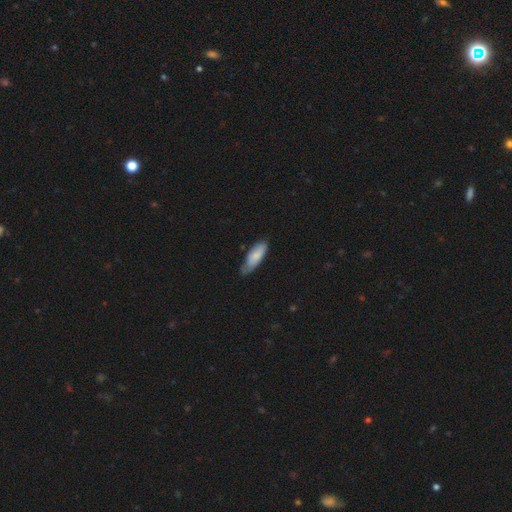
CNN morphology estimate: This is likely a smooth galaxy (78%). How rounded: likely in between (64%). Merging: possibly none (59%).